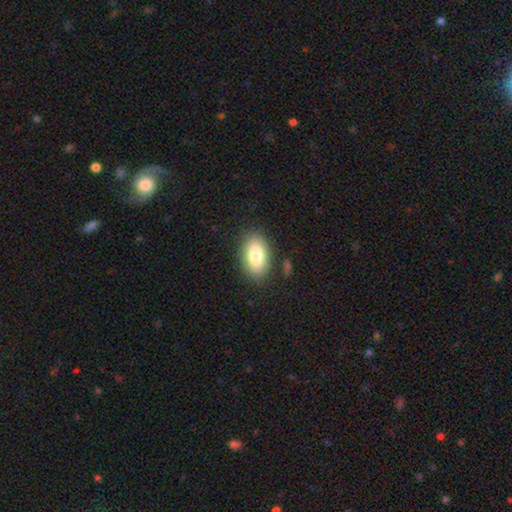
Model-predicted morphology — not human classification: A smooth galaxy with no disk features (84%) that is in between round and cigar-shaped (93%). Merging: none (85%).